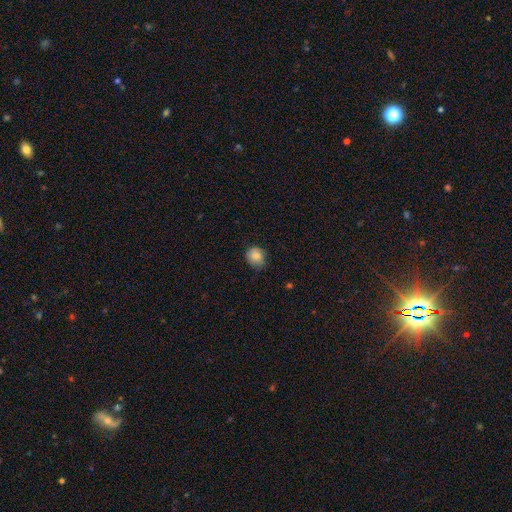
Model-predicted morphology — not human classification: smooth 82%, star or artifact 9%, featured or disk 8%. Down the decision tree: how rounded — round (71%); merging — none (70%).